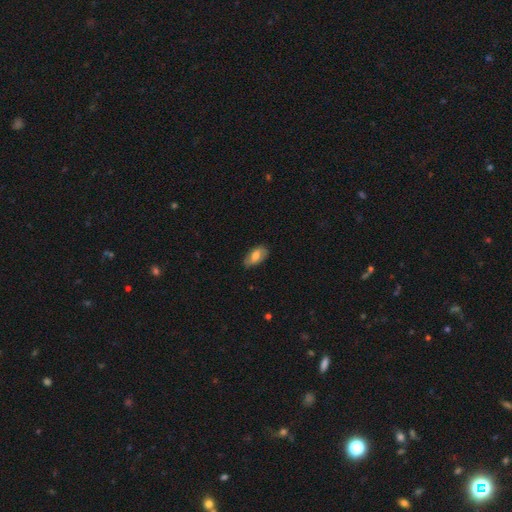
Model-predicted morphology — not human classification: This is possibly a smooth galaxy (55%). How rounded: clearly in between (91%). Merging: likely none (75%).